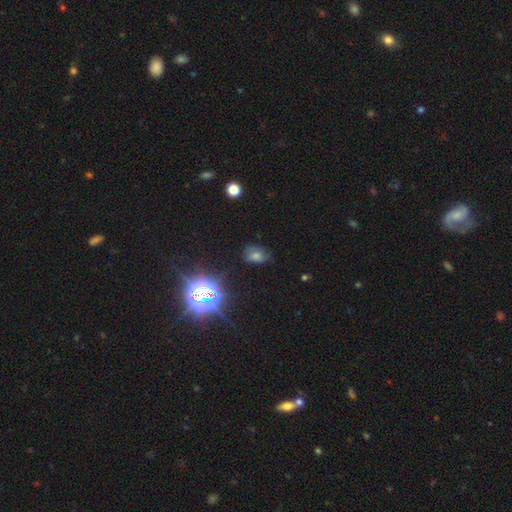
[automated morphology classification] The model was most divided on "smooth or featured": smooth: 45%, star or artifact: 42%, featured or disk: 14%. More confident: merging — none (75%).